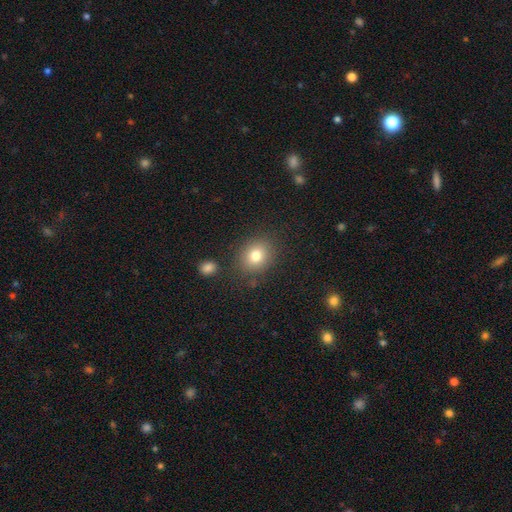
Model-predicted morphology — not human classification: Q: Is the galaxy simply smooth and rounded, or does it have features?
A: smooth — 78%.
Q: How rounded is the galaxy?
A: round — 68%.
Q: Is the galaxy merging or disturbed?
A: none — 83%.